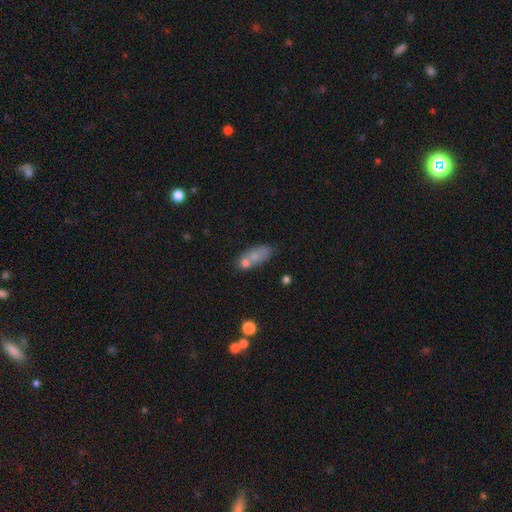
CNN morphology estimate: Smooth or featured?
  - smooth: 68% *
  - featured or disk: 21%
  - star or artifact: 11%
How rounded?
  - in between: 74% *
  - cigar-shaped: 17%
  - round: 9%
Merging?
  - none: 42% *
  - merger: 33%
  - minor disturbance: 17%
  - major disturbance: 8%